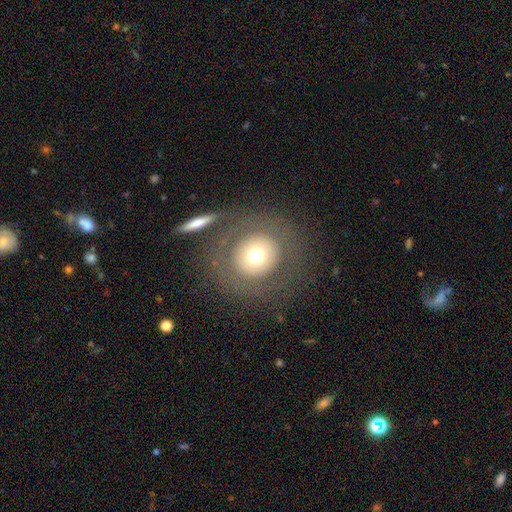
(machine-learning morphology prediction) smooth-or-featured: smooth: 60% | featured or disk: 28% | star or artifact: 12%
  how-rounded: round: 91% | in between: 8% | cigar-shaped: 1%
  merging: none: 76% | major disturbance: 10% | minor disturbance: 10% | merger: 5%